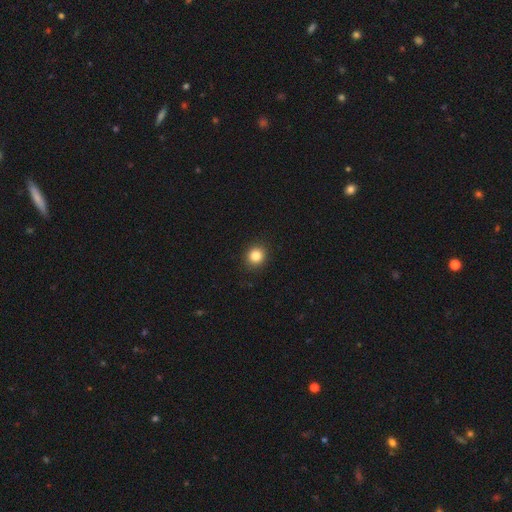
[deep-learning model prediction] smooth_or_featured: smooth (p=0.85) [alt: star or artifact p=0.11]
how_rounded: round (p=0.85) [alt: in between p=0.14]
merging: none (p=0.92) [alt: minor disturbance p=0.06]